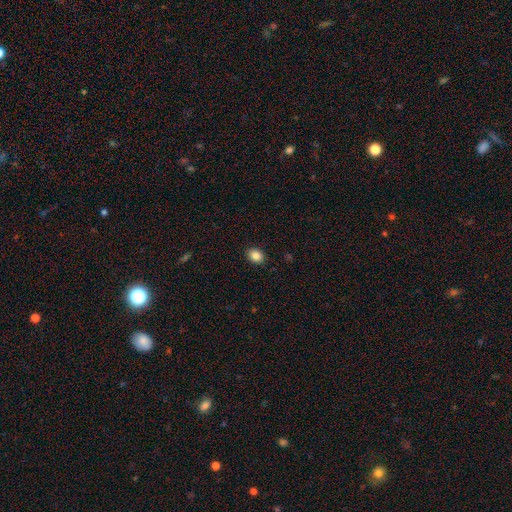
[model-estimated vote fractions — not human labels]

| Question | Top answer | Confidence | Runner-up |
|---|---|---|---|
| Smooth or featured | smooth | 86% | star or artifact (9%) |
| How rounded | in between | 56% | round (43%) |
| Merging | none | 90% | minor disturbance (7%) |